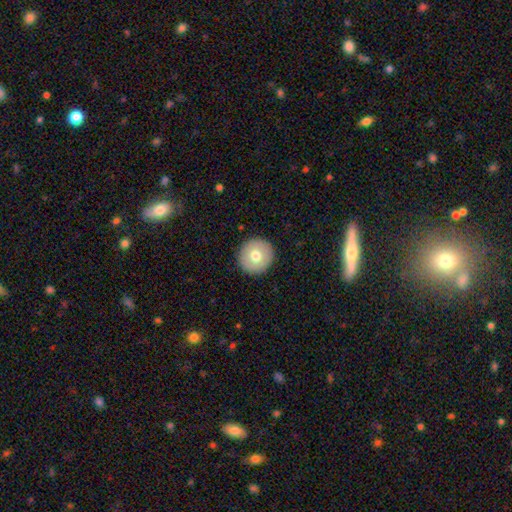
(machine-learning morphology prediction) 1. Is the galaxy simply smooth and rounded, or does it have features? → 71% smooth, 21% featured or disk, 8% star or artifact.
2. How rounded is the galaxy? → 95% round, 4% in between, 1% cigar-shaped.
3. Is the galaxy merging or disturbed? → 92% none, 5% minor disturbance, 2% major disturbance, 1% merger.